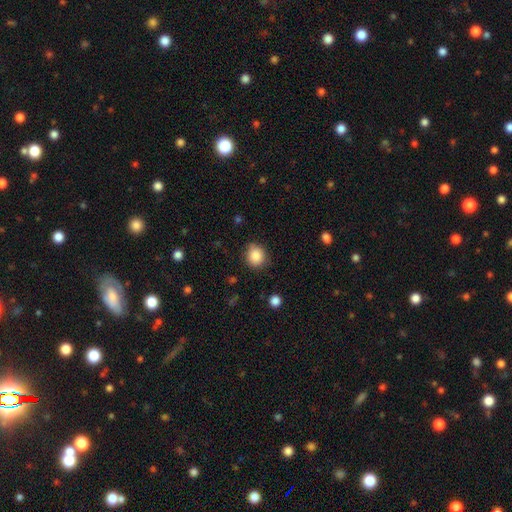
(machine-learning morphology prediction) smooth 87%, star or artifact 9%, featured or disk 4%. Down the decision tree: how rounded — round (79%); merging — none (79%).